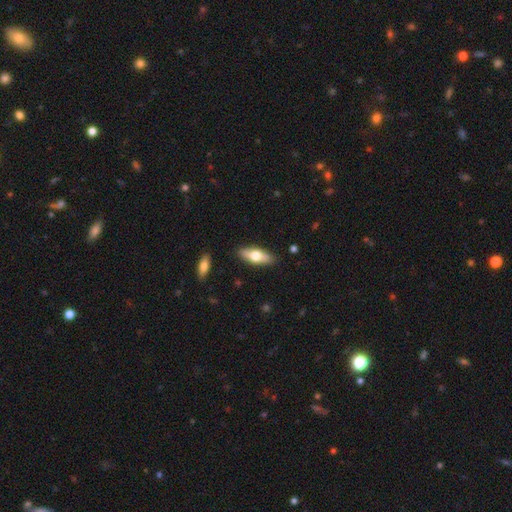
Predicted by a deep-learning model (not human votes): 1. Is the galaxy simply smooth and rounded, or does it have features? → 62% smooth, 32% featured or disk, 6% star or artifact.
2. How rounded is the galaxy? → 66% in between, 32% cigar-shaped, 3% round.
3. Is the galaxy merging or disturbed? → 87% none, 9% minor disturbance, 2% major disturbance, 2% merger.